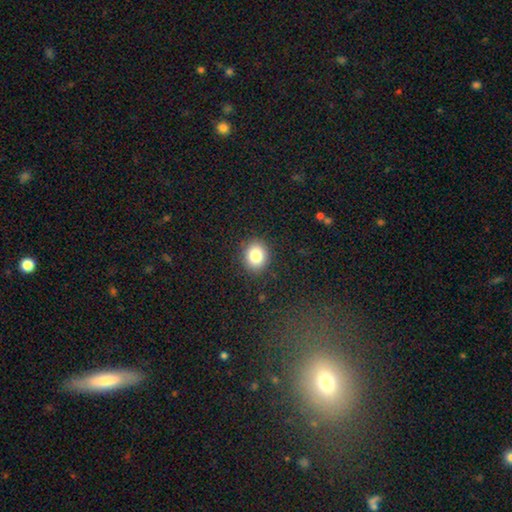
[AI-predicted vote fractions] smooth 83%, star or artifact 10%, featured or disk 7%. Down the decision tree: how rounded — round (66%); merging — none (88%).